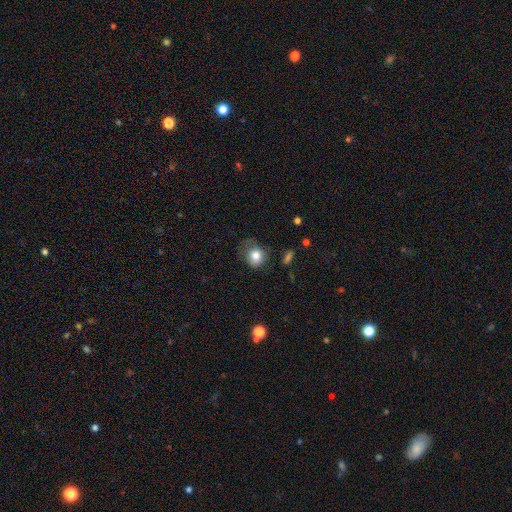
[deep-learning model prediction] A smooth galaxy with no disk features (79%) that is round (68%).

Vote fractions:
- Smooth or featured? smooth: 79% / featured or disk: 11% / star or artifact: 10%
- How rounded? round: 68% / in between: 31% / cigar-shaped: 1%
- Merging? none: 51% / minor disturbance: 31% / major disturbance: 16% / merger: 2%